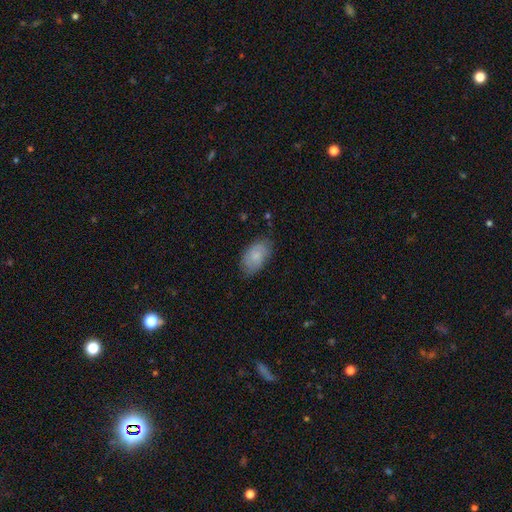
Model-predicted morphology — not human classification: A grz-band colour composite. It shows a smooth galaxy with no disk features (71%) that is in between round and cigar-shaped (93%). Merging: none (76%).